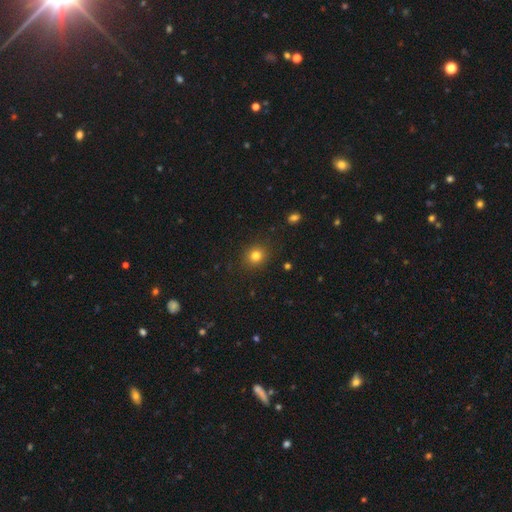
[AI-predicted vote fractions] Overall: smooth (81%). How rounded: round (82%). Merging: none (89%).